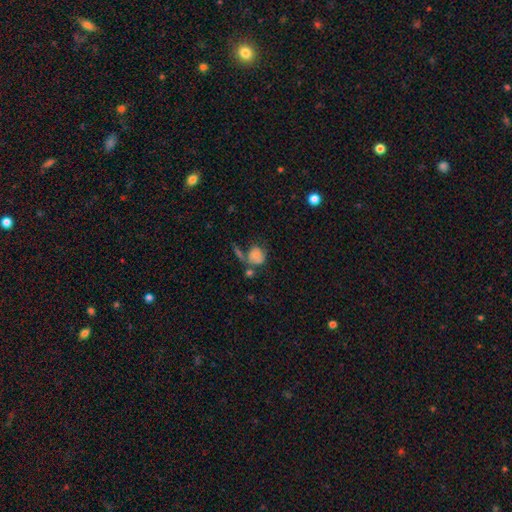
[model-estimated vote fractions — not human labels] smooth-or-featured: smooth: 73% | featured or disk: 16% | star or artifact: 11%
  how-rounded: round: 62% | in between: 37% | cigar-shaped: 2%
  merging: none: 34% | merger: 26% | major disturbance: 20% | minor disturbance: 20%